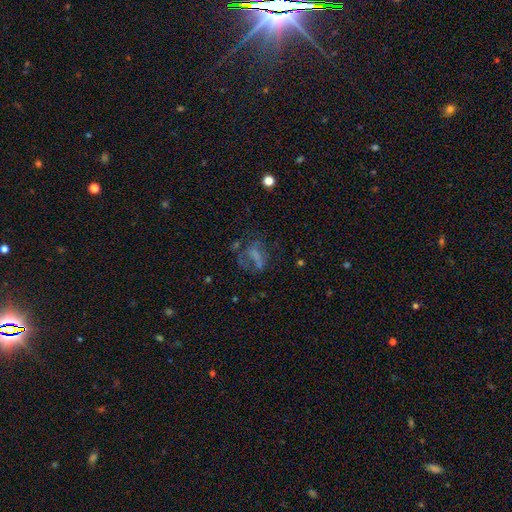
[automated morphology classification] featured or disk 41%, smooth 36%, star or artifact 22%. Down the decision tree: merging — none (39%).